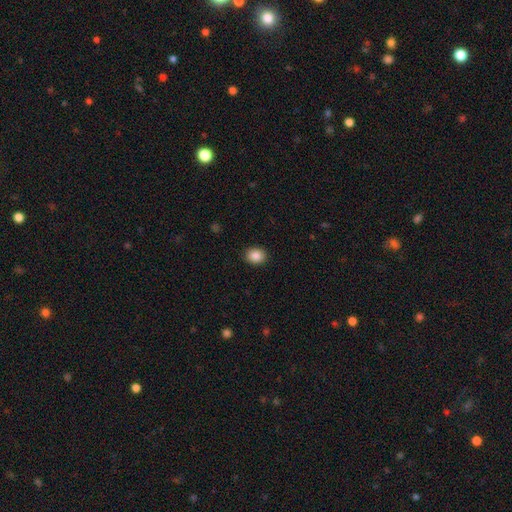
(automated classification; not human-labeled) smooth_or_featured: smooth (p=0.87) [alt: star or artifact p=0.09]
how_rounded: round (p=0.55) [alt: in between p=0.44]
merging: none (p=0.91) [alt: minor disturbance p=0.06]